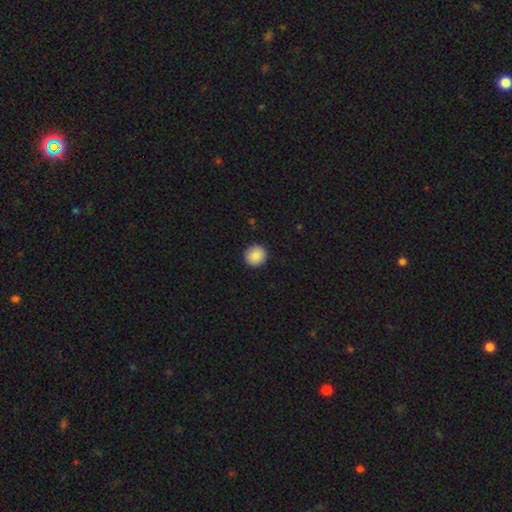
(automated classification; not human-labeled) smooth-or-featured: smooth: 87% | star or artifact: 8% | featured or disk: 5%
  how-rounded: round: 94% | in between: 5% | cigar-shaped: 1%
  merging: none: 92% | minor disturbance: 5% | major disturbance: 2% | merger: 1%